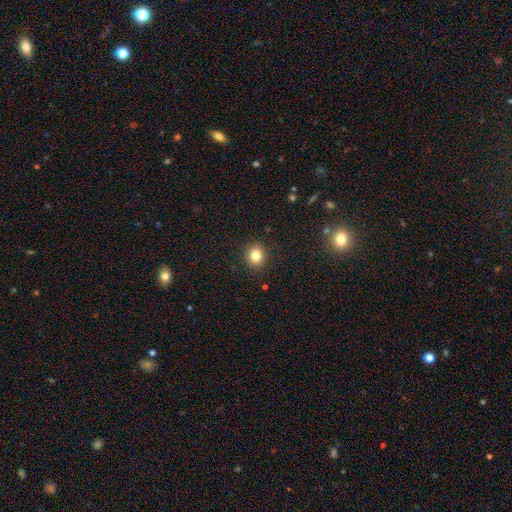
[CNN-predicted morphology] Overall: smooth (82%). How rounded: round (83%). Merging: none (91%).